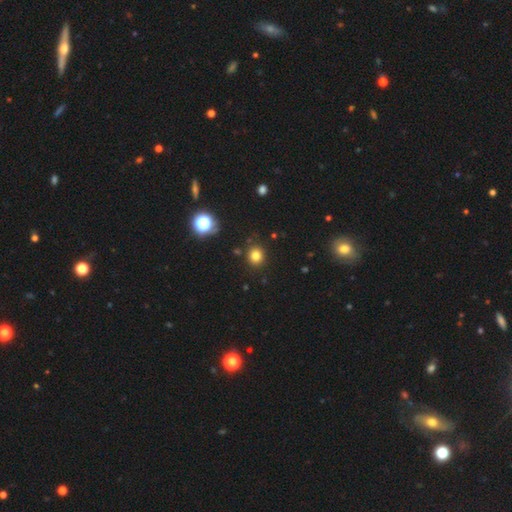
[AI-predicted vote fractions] Smooth or featured: smooth — 79% (star or artifact — 16%)
How rounded: round — 86% (in between — 13%)
Merging: none — 88% (minor disturbance — 7%)